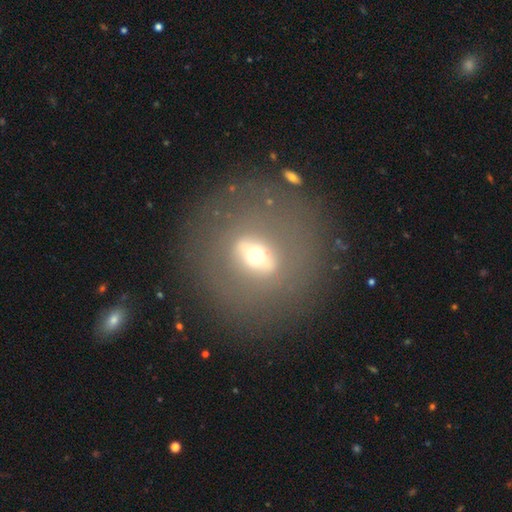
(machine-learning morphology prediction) Smooth or featured? featured or disk (50%)
Merging? none (78%)